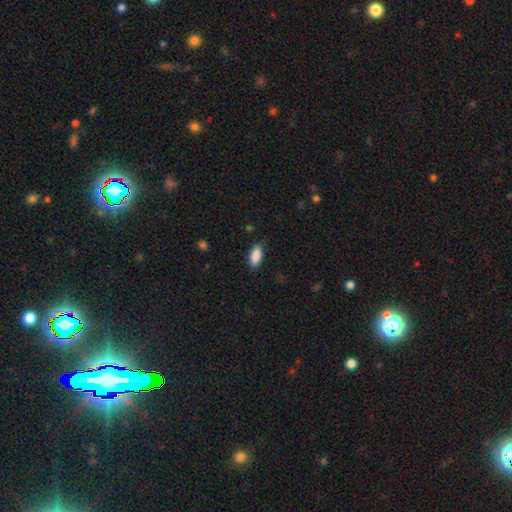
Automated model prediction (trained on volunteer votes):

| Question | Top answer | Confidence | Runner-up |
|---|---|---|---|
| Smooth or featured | smooth | 89% | star or artifact (7%) |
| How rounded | in between | 89% | cigar-shaped (9%) |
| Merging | none | 81% | minor disturbance (15%) |